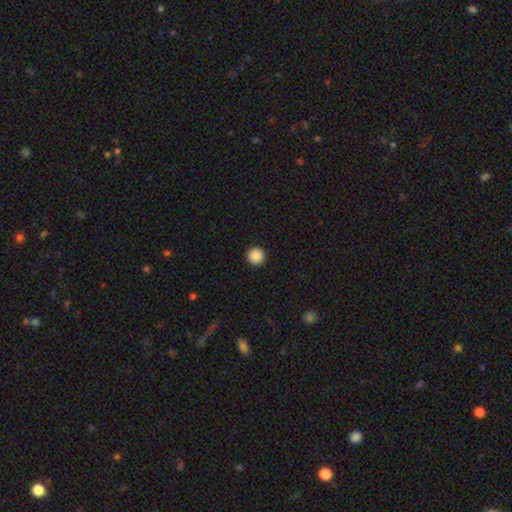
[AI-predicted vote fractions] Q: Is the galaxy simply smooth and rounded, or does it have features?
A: smooth — 88%.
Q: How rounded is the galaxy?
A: round — 97%.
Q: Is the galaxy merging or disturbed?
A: none — 94%.